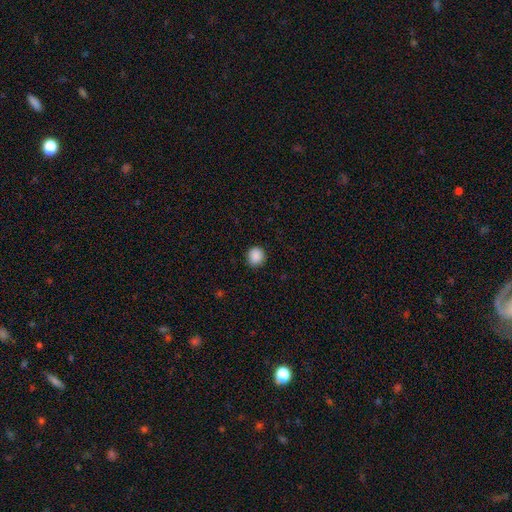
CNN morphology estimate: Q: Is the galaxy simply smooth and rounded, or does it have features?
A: smooth — 89%.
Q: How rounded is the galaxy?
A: round — 90%.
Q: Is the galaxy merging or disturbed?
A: none — 90%.